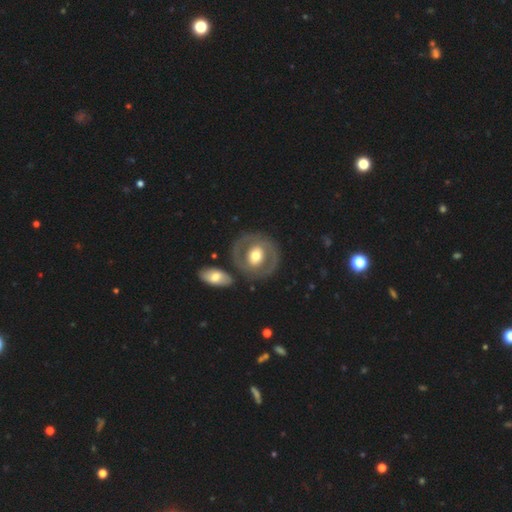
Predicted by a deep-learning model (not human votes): Q: Smooth or featured?
A: featured or disk (60%); runner-up: smooth (35%)
Q: Edge-on disk?
A: no (95%); runner-up: yes (5%)
Q: Bar?
A: no (51%); runner-up: weak (30%)
Q: Spiral arms?
A: no (64%); runner-up: yes (36%)
Q: Bulge size?
A: moderate (64%); runner-up: large (26%)
Q: Merging?
A: none (77%); runner-up: minor disturbance (11%)